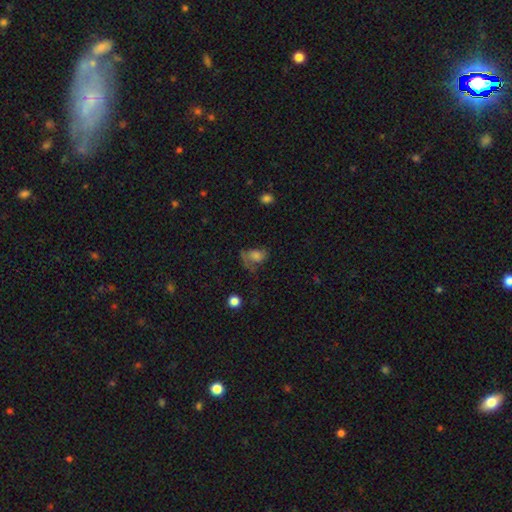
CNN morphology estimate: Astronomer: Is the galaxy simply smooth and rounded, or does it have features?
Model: smooth — 53% (runner-up: featured or disk, 30%).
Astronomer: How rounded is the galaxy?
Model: in between — 71%.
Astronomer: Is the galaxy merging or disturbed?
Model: major disturbance — 39% (runner-up: none, 33%).